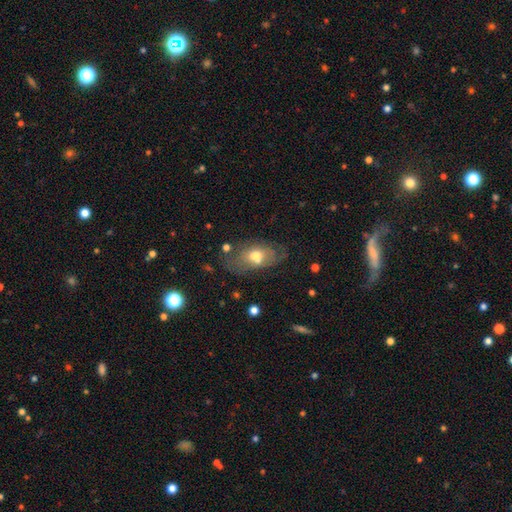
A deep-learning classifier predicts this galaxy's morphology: smooth_or_featured: smooth (p=0.59) [alt: featured or disk p=0.32]
how_rounded: in between (p=0.88) [alt: round p=0.09]
merging: none (p=0.50) [alt: minor disturbance p=0.26]